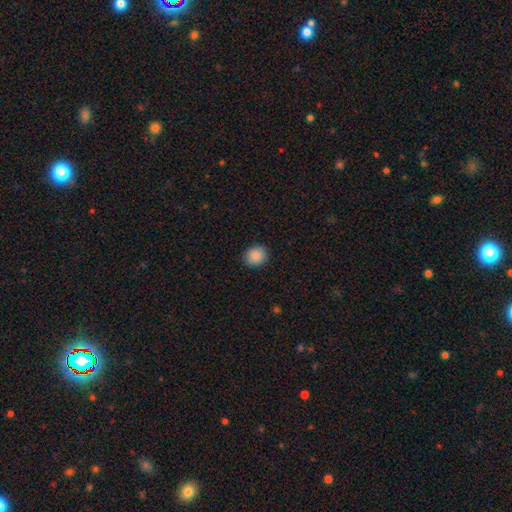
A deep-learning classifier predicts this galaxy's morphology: This is clearly a smooth galaxy (88%). How rounded: likely round (70%). Merging: clearly none (89%).